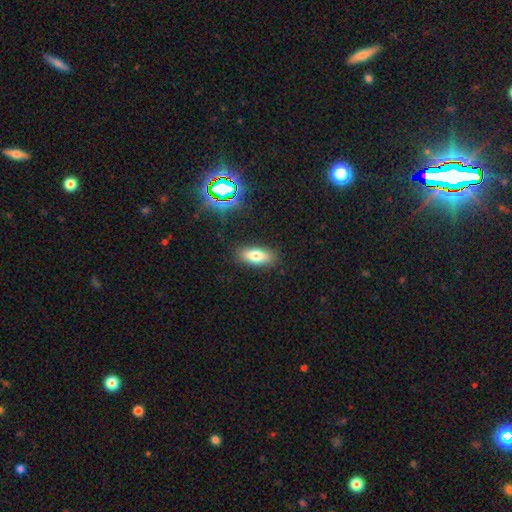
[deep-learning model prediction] smooth_or_featured: smooth (p=0.75) [alt: featured or disk p=0.14]
how_rounded: in between (p=0.78) [alt: cigar-shaped p=0.19]
merging: none (p=0.87) [alt: minor disturbance p=0.09]